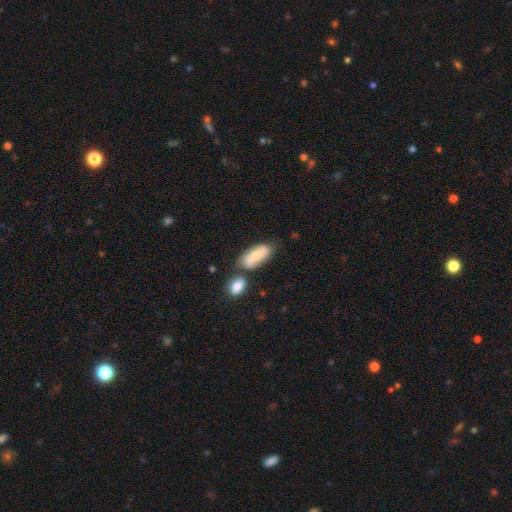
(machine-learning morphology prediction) The model was most divided on "merging": none: 52%, merger: 27%, minor disturbance: 17%, major disturbance: 5%. More confident: how rounded — in between (83%); smooth or featured — smooth (63%).